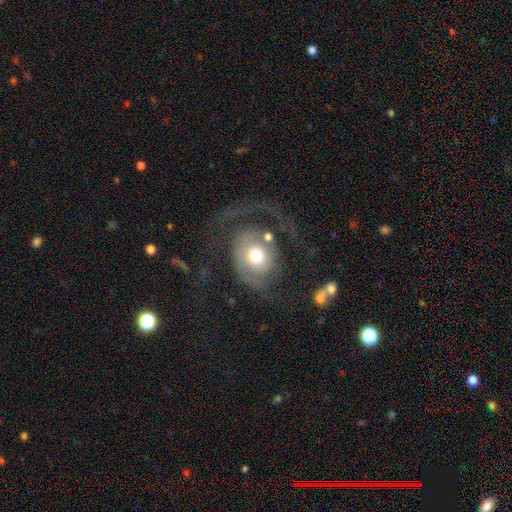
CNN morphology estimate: smooth_or_featured: featured or disk (p=0.55) [alt: smooth p=0.37]
disk_edge_on: no (p=0.96) [alt: yes p=0.04]
bar: no (p=0.80) [alt: weak p=0.16]
has_spiral_arms: yes (p=0.68) [alt: no p=0.32]
bulge_size: moderate (p=0.67) [alt: small p=0.15]
merging: major disturbance (p=0.49) [alt: none p=0.30]